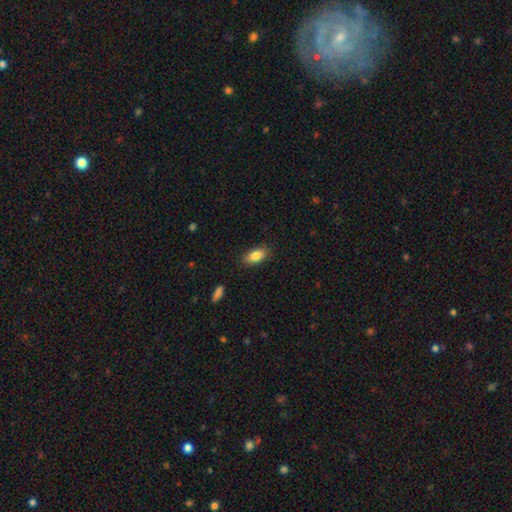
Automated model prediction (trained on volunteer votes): smooth-or-featured: smooth: 85% | featured or disk: 7% | star or artifact: 7%
  how-rounded: in between: 90% | cigar-shaped: 6% | round: 4%
  merging: none: 86% | minor disturbance: 11% | major disturbance: 3% | merger: 1%